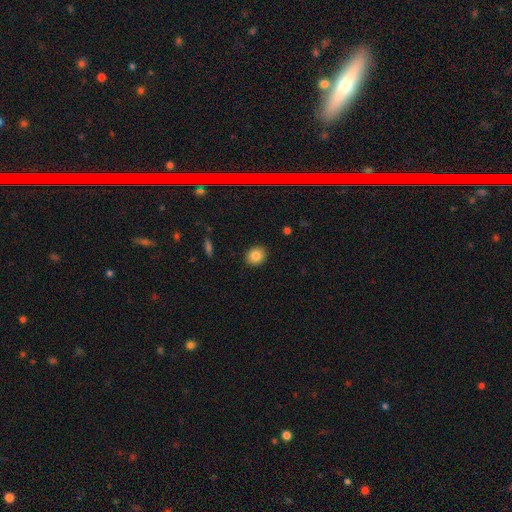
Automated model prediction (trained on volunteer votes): Smooth or featured: smooth — 82% (star or artifact — 11%)
How rounded: round — 75% (in between — 24%)
Merging: none — 90% (minor disturbance — 7%)